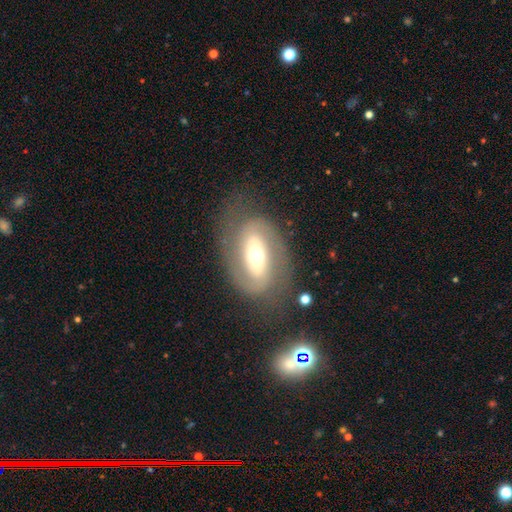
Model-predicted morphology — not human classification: Q: Smooth or featured?
A: featured or disk (79%); runner-up: smooth (14%)
Q: Edge-on disk?
A: no (95%); runner-up: yes (5%)
Q: Bar?
A: strong (36%); runner-up: weak (33%)
Q: Spiral arms?
A: yes (87%); runner-up: no (13%)
Q: Spiral winding?
A: medium (43%); runner-up: tight (39%)
Q: Spiral arm count?
A: 2 (86%); runner-up: can't tell (8%)
Q: Bulge size?
A: moderate (64%); runner-up: small (22%)
Q: Merging?
A: none (70%); runner-up: minor disturbance (16%)